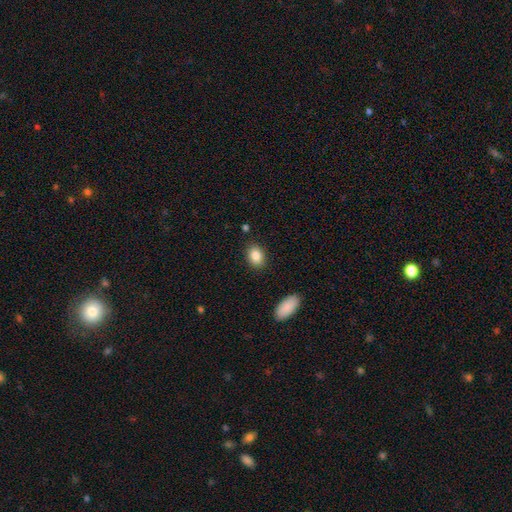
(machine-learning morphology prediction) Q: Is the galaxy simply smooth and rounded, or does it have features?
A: smooth — 87%.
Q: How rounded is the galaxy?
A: in between — 75%.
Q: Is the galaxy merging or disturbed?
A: none — 86%.